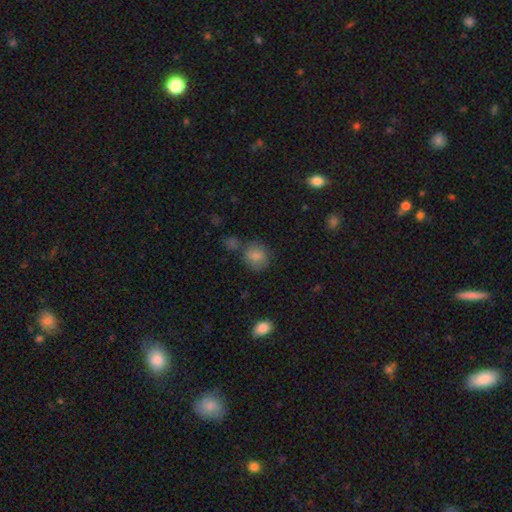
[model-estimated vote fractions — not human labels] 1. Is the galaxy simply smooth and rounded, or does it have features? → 79% smooth, 11% featured or disk, 10% star or artifact.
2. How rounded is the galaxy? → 64% round, 35% in between, 1% cigar-shaped.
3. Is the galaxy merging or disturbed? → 58% none, 19% minor disturbance, 15% merger, 8% major disturbance.